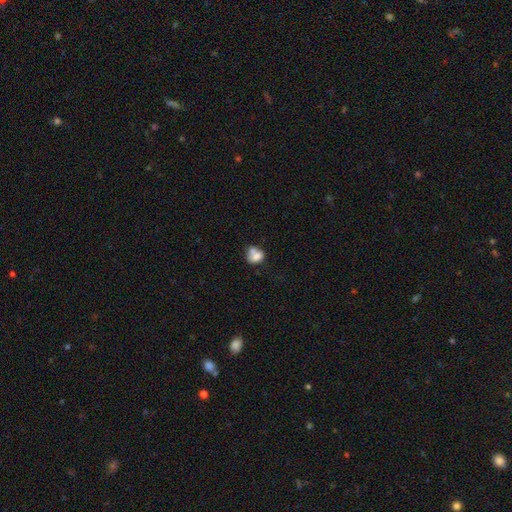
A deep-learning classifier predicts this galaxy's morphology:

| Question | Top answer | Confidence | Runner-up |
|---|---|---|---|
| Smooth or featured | smooth | 70% | featured or disk (21%) |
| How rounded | round | 52% | in between (47%) |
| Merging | merger | 49% | none (29%) |